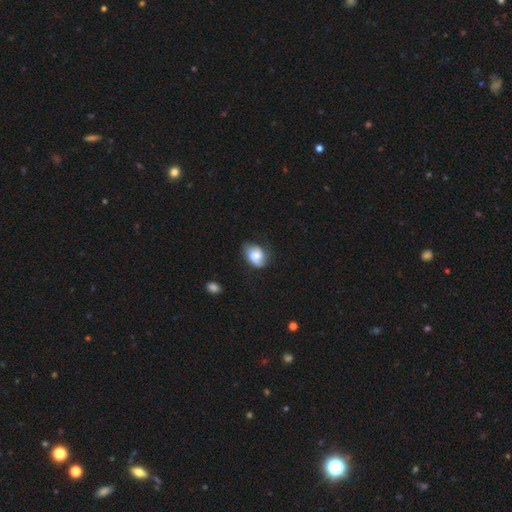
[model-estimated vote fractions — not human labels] Morphology: type=smooth (61%); roundness=in between (72%); merging=none (61%).